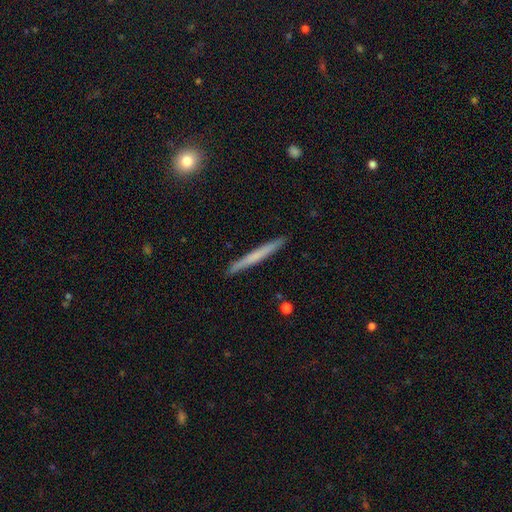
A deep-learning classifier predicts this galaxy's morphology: Smooth or featured: smooth — 55% (featured or disk — 39%)
How rounded: cigar-shaped — 97% (in between — 2%)
Merging: none — 92% (minor disturbance — 6%)